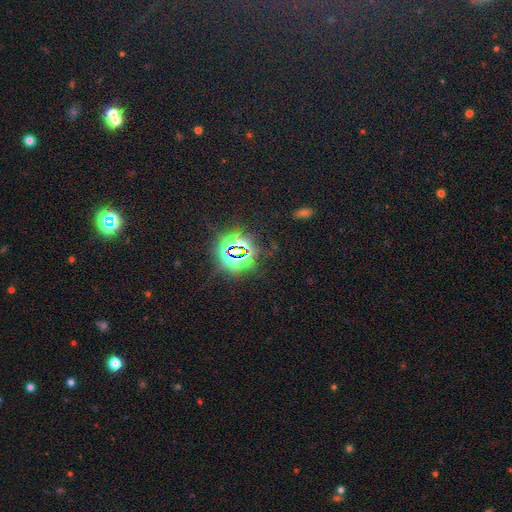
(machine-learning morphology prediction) This appears to be a star or artifact, not a galaxy (79%).